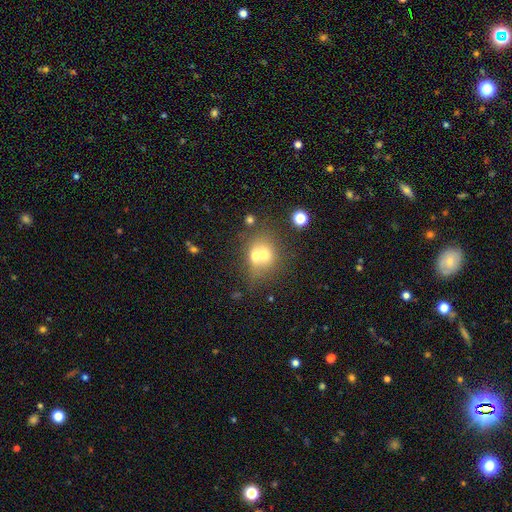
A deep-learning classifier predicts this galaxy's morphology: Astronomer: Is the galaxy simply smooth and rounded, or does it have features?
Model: smooth — 61%.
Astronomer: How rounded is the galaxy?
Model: round — 66%.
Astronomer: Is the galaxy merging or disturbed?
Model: merger — 63%.